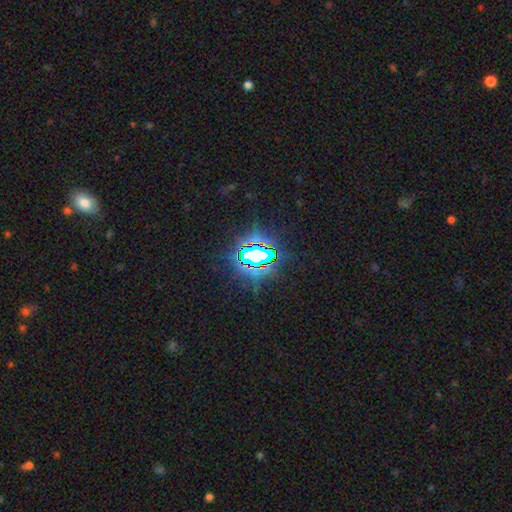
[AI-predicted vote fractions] Q: Smooth or featured?
A: star or artifact (77%); runner-up: smooth (12%)